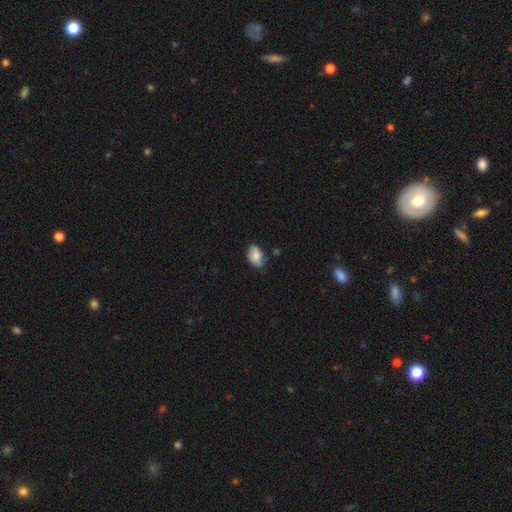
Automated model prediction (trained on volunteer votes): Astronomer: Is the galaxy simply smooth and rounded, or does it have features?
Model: smooth — 73%.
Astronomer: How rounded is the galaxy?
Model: in between — 82%.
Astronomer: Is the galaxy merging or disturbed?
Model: none — 59%.